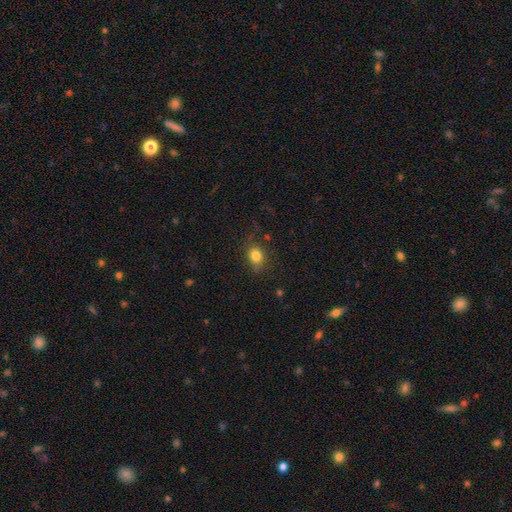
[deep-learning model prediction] Smooth or featured? smooth (81%)
How rounded? in between (49%, tied with round)
Merging? none (72%)